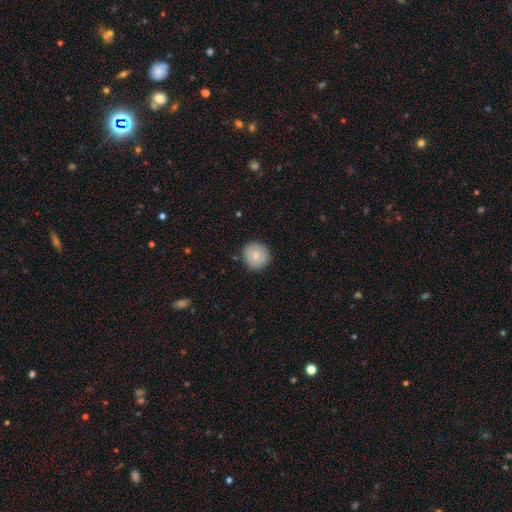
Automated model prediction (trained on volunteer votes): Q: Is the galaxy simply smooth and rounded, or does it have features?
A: smooth — 77%.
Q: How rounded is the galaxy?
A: round — 92%.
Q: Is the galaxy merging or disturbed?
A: none — 86%.